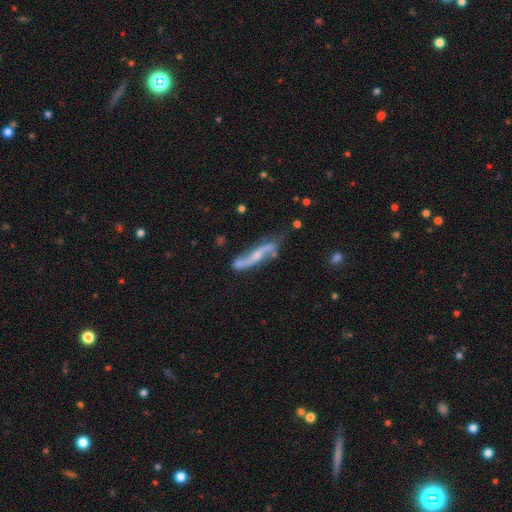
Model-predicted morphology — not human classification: A featured or disk galaxy (77%) with no bar (45%), spiral arms (90%) and a small central bulge (55%). Merging: none (58%).